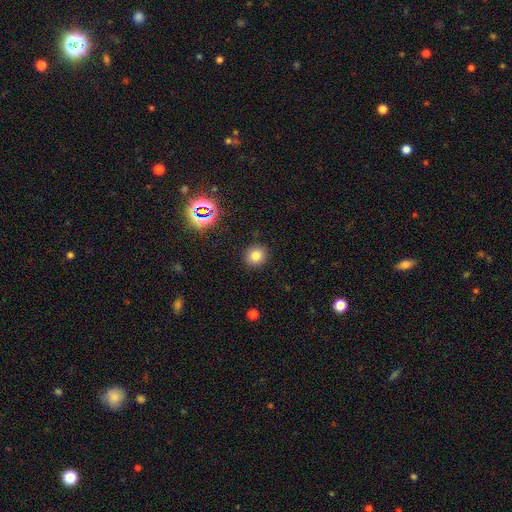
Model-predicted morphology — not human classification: smooth_or_featured: smooth (p=0.79) [alt: star or artifact p=0.14]
how_rounded: round (p=0.85) [alt: in between p=0.14]
merging: none (p=0.90) [alt: minor disturbance p=0.06]